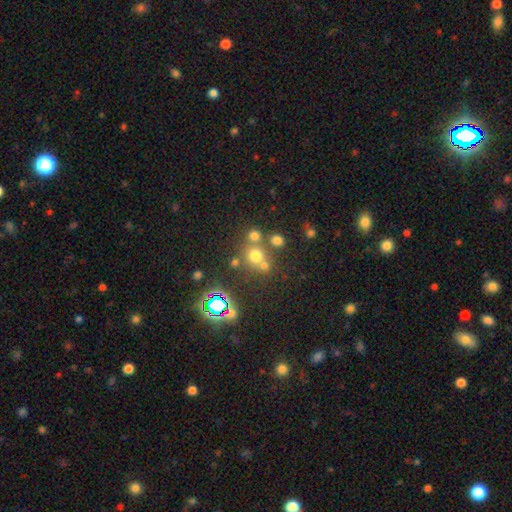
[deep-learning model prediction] A smooth galaxy with no disk features (61%) that is round (87%).

Vote fractions:
- Smooth or featured? smooth: 61% / star or artifact: 27% / featured or disk: 11%
- How rounded? round: 87% / in between: 12% / cigar-shaped: 1%
- Merging? none: 60% / merger: 27% / minor disturbance: 9% / major disturbance: 4%